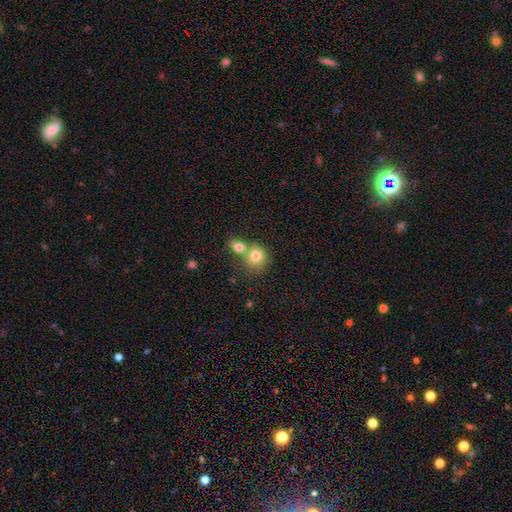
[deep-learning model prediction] Smooth or featured: smooth — 78% (featured or disk — 12%)
How rounded: round — 81% (in between — 18%)
Merging: merger — 52% (none — 38%)